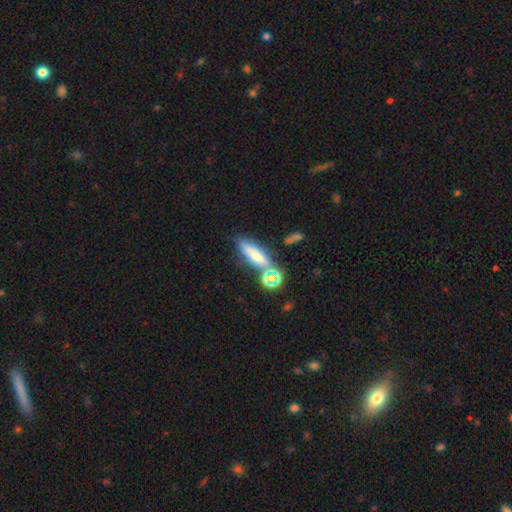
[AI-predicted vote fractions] A smooth galaxy with no disk features (67%) that is cigar-shaped (54%).

Vote fractions:
- Smooth or featured? smooth: 67% / featured or disk: 17% / star or artifact: 15%
- How rounded? cigar-shaped: 54% / in between: 39% / round: 7%
- Merging? none: 62% / merger: 16% / minor disturbance: 15% / major disturbance: 6%